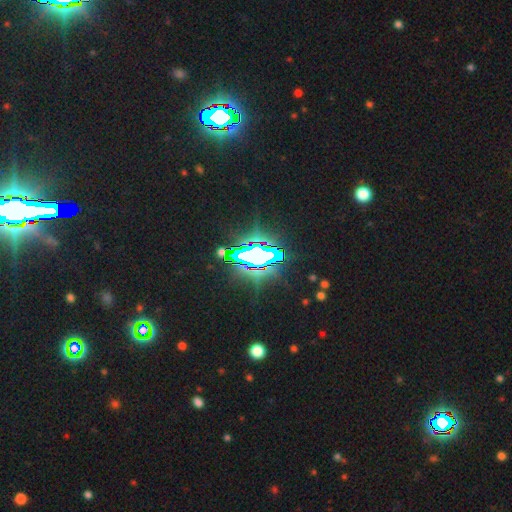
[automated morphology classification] A star or artifact, not a galaxy (77%).

Vote fractions:
- Smooth or featured? star or artifact: 77% / smooth: 12% / featured or disk: 11%